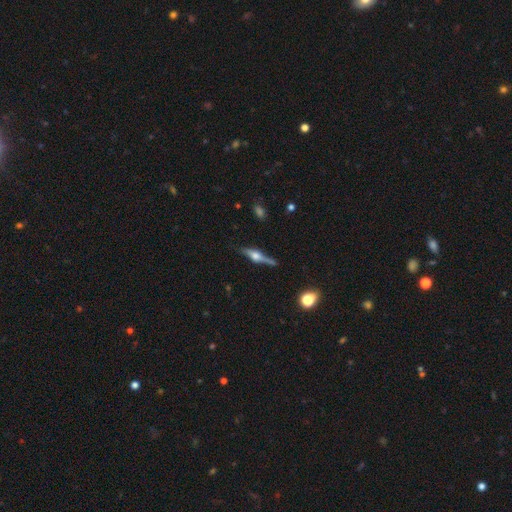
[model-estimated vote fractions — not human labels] This appears to be a featured or disk galaxy (74%) viewed edge-on (96%) with a rounded central bulge (88%). Merging: none (75%).